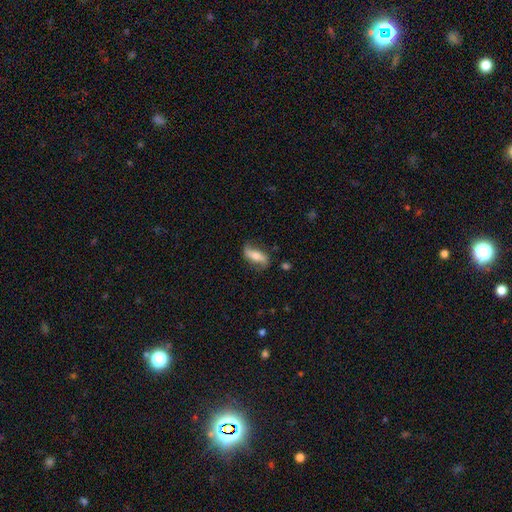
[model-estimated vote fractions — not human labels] A featured or disk galaxy (57%).

Vote fractions:
- Smooth or featured? featured or disk: 57% / smooth: 36% / star or artifact: 7%
- Edge-on disk? no: 79% / yes: 21%
- Merging? none: 72% / minor disturbance: 19% / major disturbance: 7% / merger: 2%